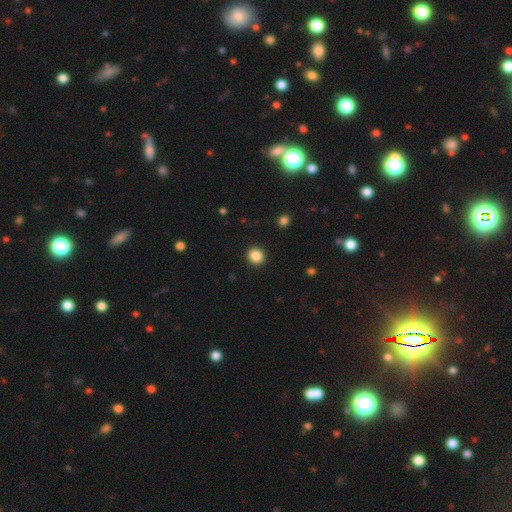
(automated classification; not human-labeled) Smooth or featured? smooth (87%)
How rounded? round (85%)
Merging? none (92%)